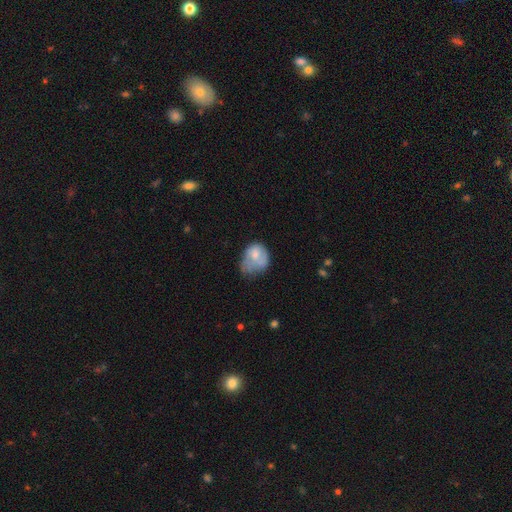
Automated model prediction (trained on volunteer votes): Morphology: type=smooth (66%); roundness=in between (55%); merging=minor disturbance (37%).